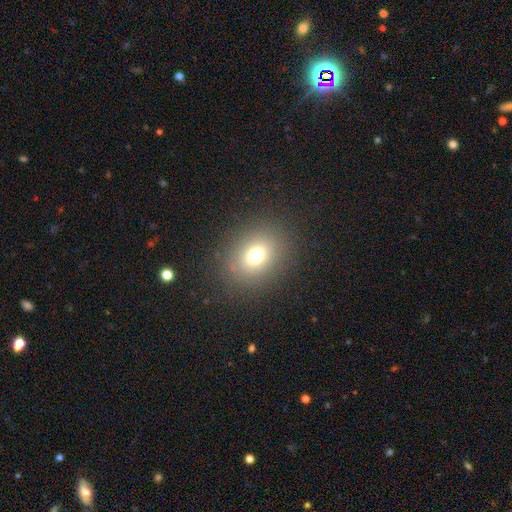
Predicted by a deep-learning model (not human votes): This appears to be a smooth galaxy with no disk features (71%) that is round (56%). Merging: none (85%).